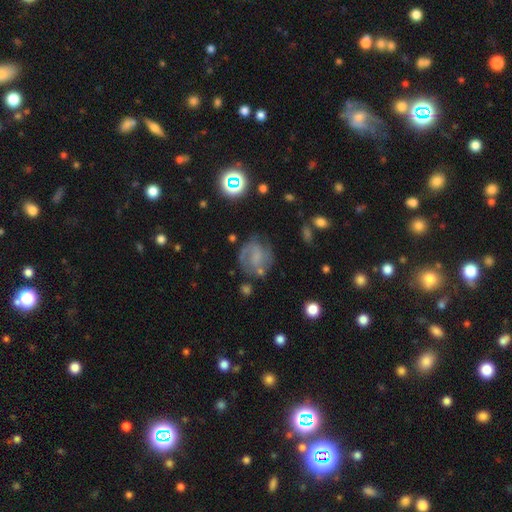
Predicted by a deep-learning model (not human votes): Overall: featured or disk (58%; smooth 30%). Edge-on disk: no (97%). Bar: weak (44%; no 42%). Spiral arms: yes (82%). Bulge size: none (42%; small 32%). Merging: none (61%).